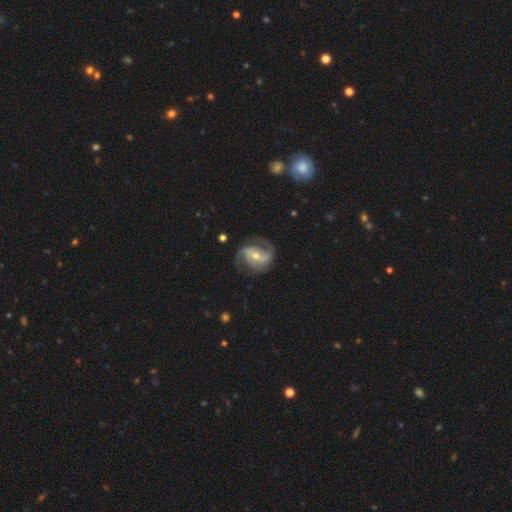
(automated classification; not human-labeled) A featured or disk galaxy (89%) with a weak bar (40%), 2 (75%) medium (52%) spiral arms (97%) and a moderate central bulge (48%, tied with small).

Vote fractions:
- Smooth or featured? featured or disk: 89% / smooth: 6% / star or artifact: 5%
- Edge-on disk? no: 98% / yes: 2%
- Bar? weak: 40% / strong: 33% / no: 26%
- Spiral arms? yes: 97% / no: 3%
- Spiral winding? medium: 52% / loose: 24% / tight: 23%
- Spiral arm count? 2: 75% / 3: 13% / can't tell: 5% / 1: 3% / 4: 2% / more than 4: 2%
- Bulge size? moderate: 48% (tied) / small: 48% (tied) / large: 2% / none: 1% / dominant: 1%
- Merging? none: 74% / minor disturbance: 16% / major disturbance: 8% / merger: 1%